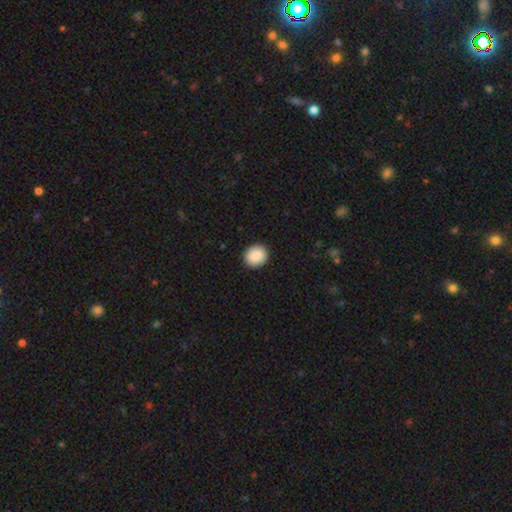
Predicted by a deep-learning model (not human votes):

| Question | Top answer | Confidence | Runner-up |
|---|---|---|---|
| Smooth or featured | smooth | 90% | star or artifact (7%) |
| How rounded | round | 81% | in between (18%) |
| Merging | none | 92% | minor disturbance (5%) |